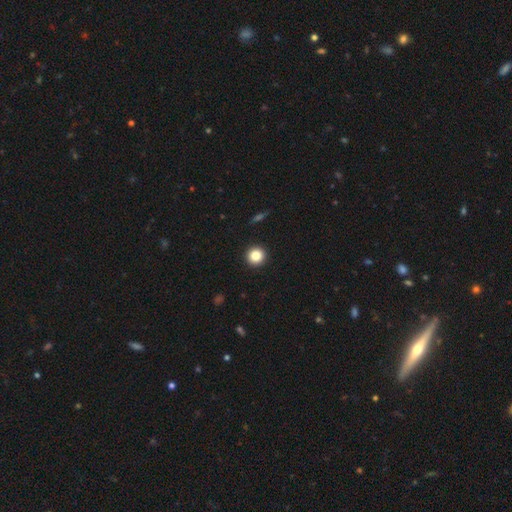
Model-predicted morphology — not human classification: smooth-or-featured: smooth: 85% | star or artifact: 11% | featured or disk: 5%
  how-rounded: round: 95% | in between: 4% | cigar-shaped: 1%
  merging: none: 94% | minor disturbance: 4% | major disturbance: 1% | merger: 1%